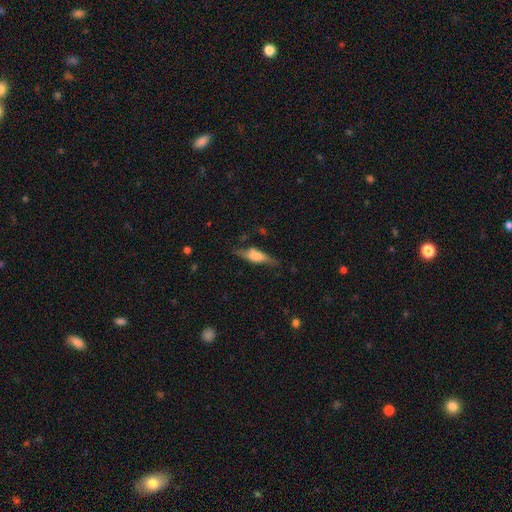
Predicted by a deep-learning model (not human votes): The model was most divided on "smooth or featured": smooth: 48%, featured or disk: 45%, star or artifact: 7%. More confident: merging — none (64%).